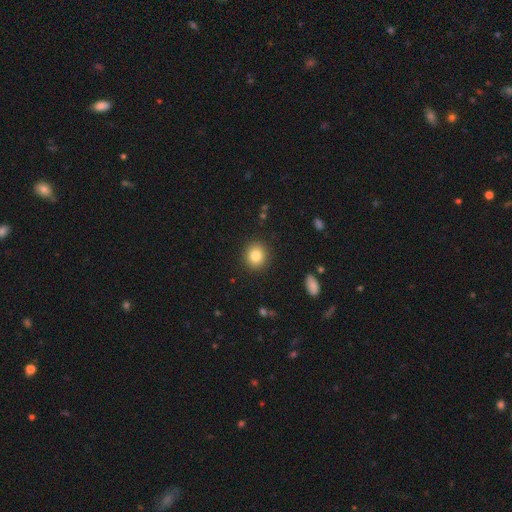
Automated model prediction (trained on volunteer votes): Smooth or featured? smooth (83%)
How rounded? round (83%)
Merging? none (90%)